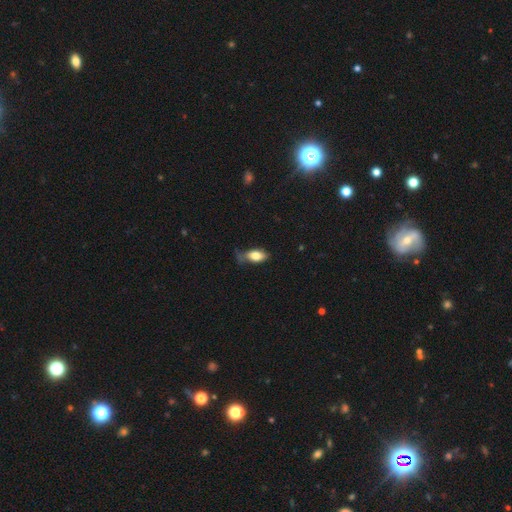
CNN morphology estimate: Overall: smooth (80%). How rounded: in between (89%). Merging: none (48%; minor disturbance 33%).